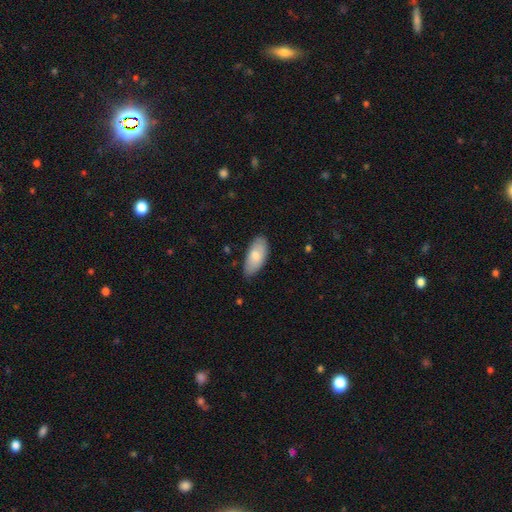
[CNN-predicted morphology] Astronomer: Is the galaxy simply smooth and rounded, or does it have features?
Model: smooth — 80%.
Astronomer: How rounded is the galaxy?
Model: in between — 90%.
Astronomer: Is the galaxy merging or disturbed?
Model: none — 79%.